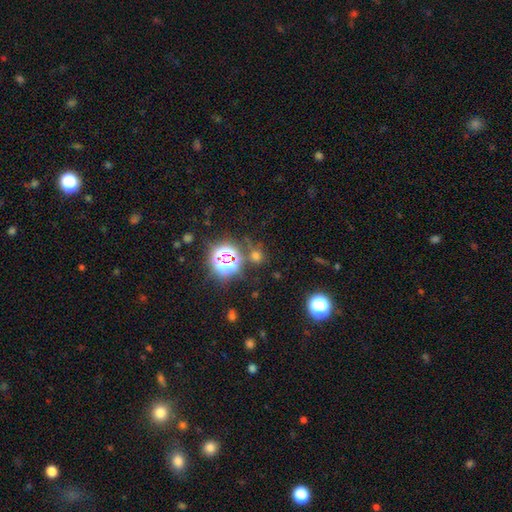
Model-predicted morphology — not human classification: Smooth or featured? smooth (53%)
How rounded? round (86%)
Merging? none (76%)